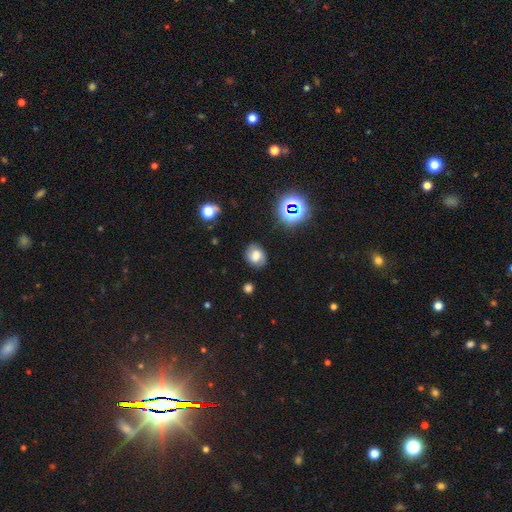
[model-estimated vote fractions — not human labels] Smooth or featured? smooth (61%)
How rounded? round (52%)
Merging? none (78%)